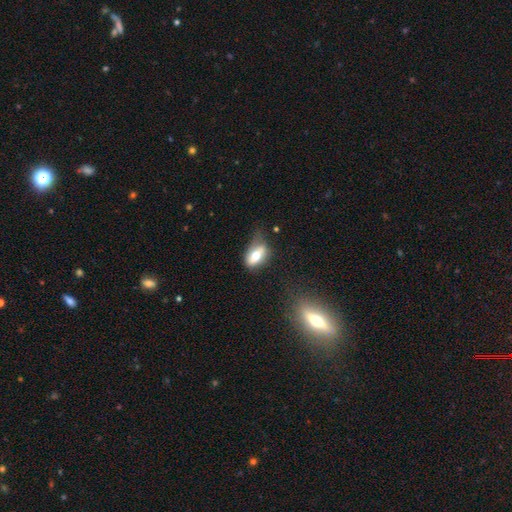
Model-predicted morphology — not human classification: The model was most divided on "merging": none: 43%, minor disturbance: 35%, major disturbance: 17%, merger: 4%. More confident: how rounded — in between (86%); smooth or featured — smooth (59%).